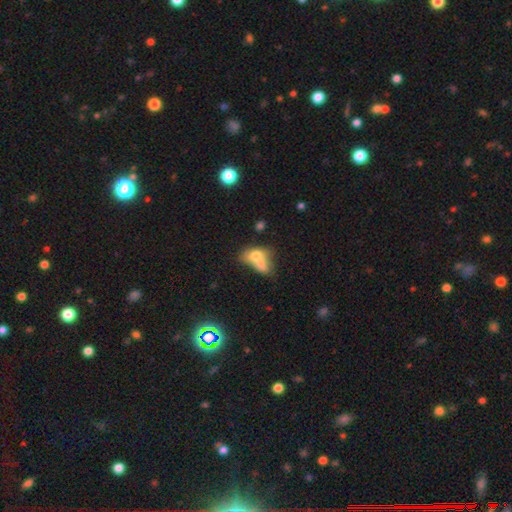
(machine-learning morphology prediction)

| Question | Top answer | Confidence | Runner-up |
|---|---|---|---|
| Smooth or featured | smooth | 67% | featured or disk (23%) |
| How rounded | in between | 74% | round (22%) |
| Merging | merger | 65% | none (17%) |